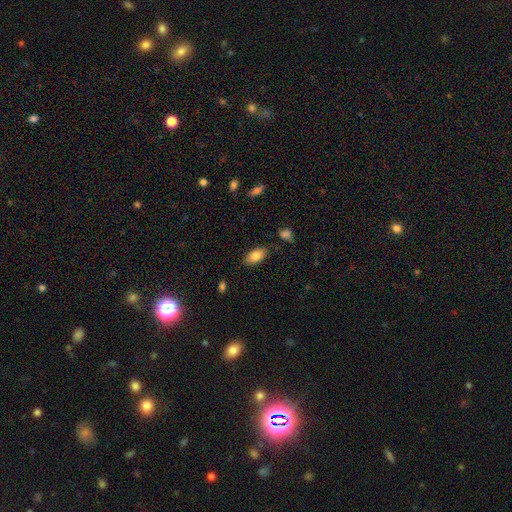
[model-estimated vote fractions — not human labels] Smooth or featured?
  - smooth: 82% *
  - featured or disk: 11%
  - star or artifact: 8%
How rounded?
  - in between: 92% *
  - cigar-shaped: 4%
  - round: 4%
Merging?
  - none: 83% *
  - minor disturbance: 12%
  - major disturbance: 3%
  - merger: 2%